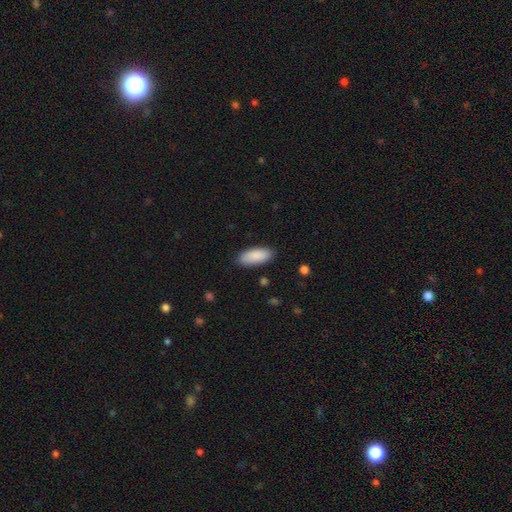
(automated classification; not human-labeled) smooth 90%, star or artifact 6%, featured or disk 4%. Down the decision tree: how rounded — in between (84%); merging — none (87%).